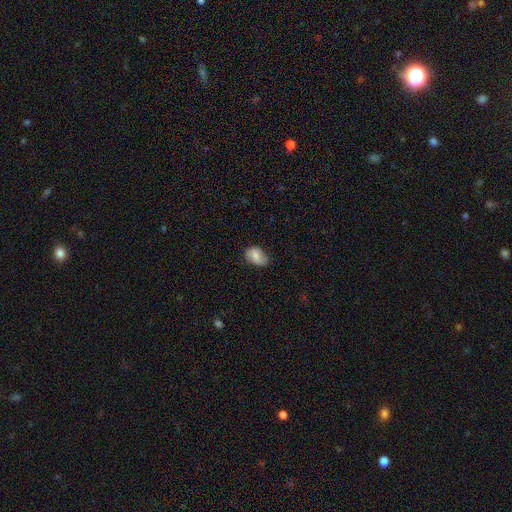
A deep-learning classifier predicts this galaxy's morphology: This is likely a smooth galaxy (66%). How rounded: likely in between (77%). Merging: likely none (65%).